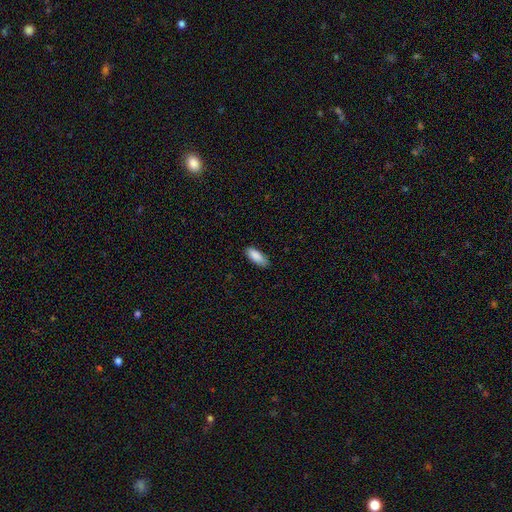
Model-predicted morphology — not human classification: The model was most divided on "how rounded": in between: 74%, cigar-shaped: 24%, round: 2%. More confident: smooth or featured — smooth (89%); merging — none (82%).